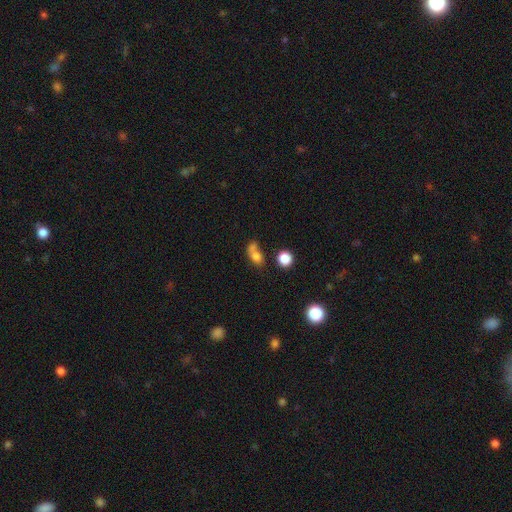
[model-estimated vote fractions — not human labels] This is likely a smooth galaxy (72%). How rounded: possibly in between (52%). Merging: possibly merger (47%).